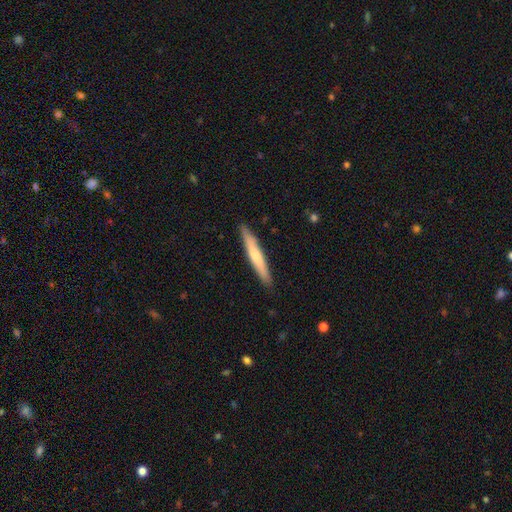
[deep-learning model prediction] A smooth galaxy with no disk features (59%) that is cigar-shaped (95%). Merging: none (89%).